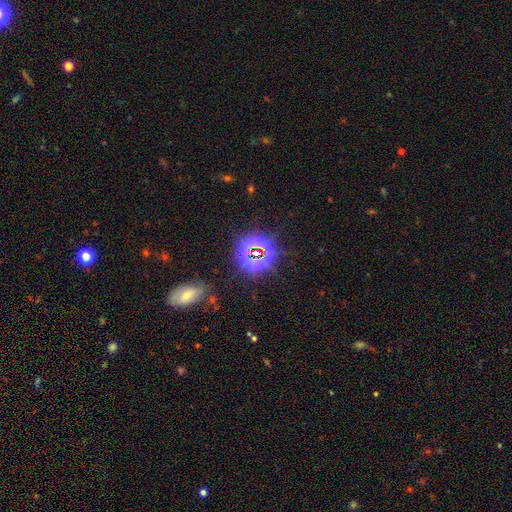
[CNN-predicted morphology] smooth_or_featured: star or artifact (p=0.78) [alt: smooth p=0.13]